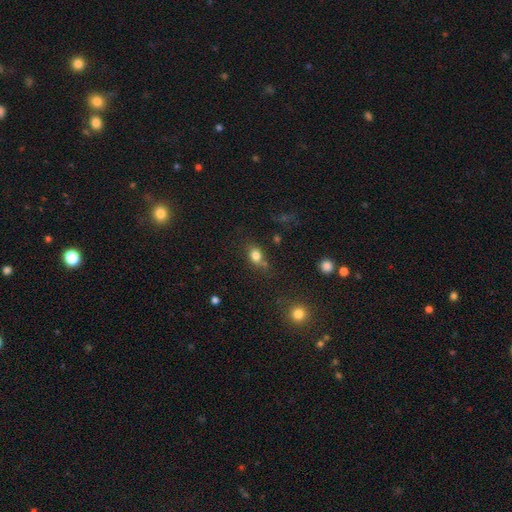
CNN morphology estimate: Smooth or featured?
  - smooth: 81% *
  - star or artifact: 12%
  - featured or disk: 8%
How rounded?
  - in between: 67% *
  - round: 31%
  - cigar-shaped: 3%
Merging?
  - none: 62% *
  - minor disturbance: 20%
  - merger: 11%
  - major disturbance: 7%